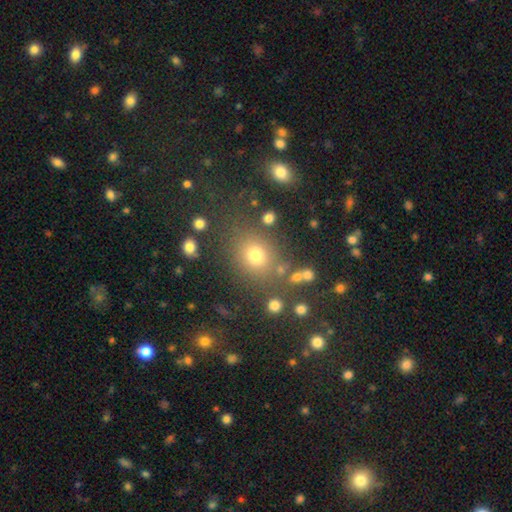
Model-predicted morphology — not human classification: smooth_or_featured: smooth (p=0.71) [alt: star or artifact p=0.20]
how_rounded: round (p=0.65) [alt: in between p=0.33]
merging: none (p=0.74) [alt: minor disturbance p=0.12]